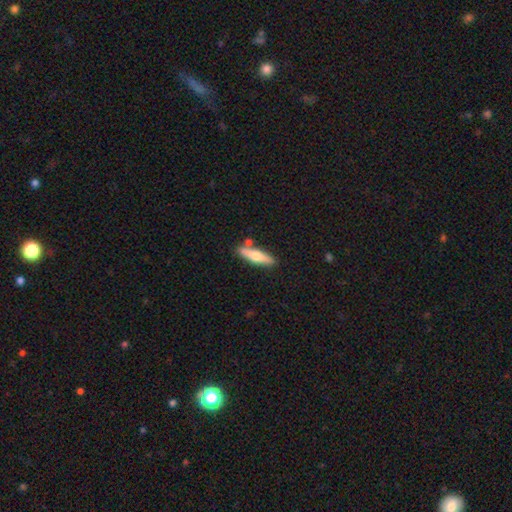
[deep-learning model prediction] The model was most divided on "smooth or featured": smooth: 50%, featured or disk: 44%, star or artifact: 5%. More confident: merging — none (79%); how rounded — cigar-shaped (73%).